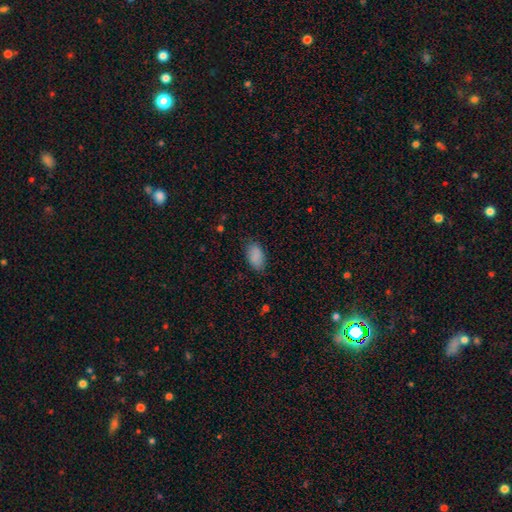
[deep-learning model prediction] smooth 88%, star or artifact 8%, featured or disk 4%. Down the decision tree: how rounded — in between (93%); merging — none (79%).